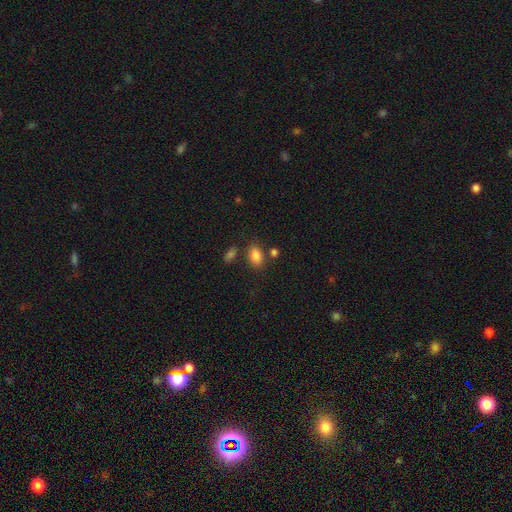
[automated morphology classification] A smooth galaxy with no disk features (84%) that is in between round and cigar-shaped (86%). Merging: none (74%).